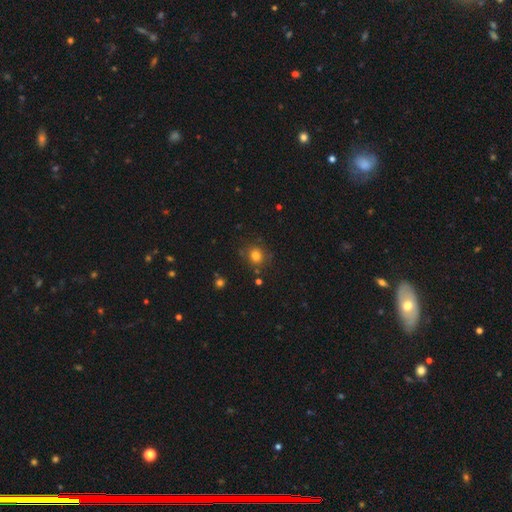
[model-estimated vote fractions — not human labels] A smooth galaxy with no disk features (79%) that is round (83%). Merging: none (81%).